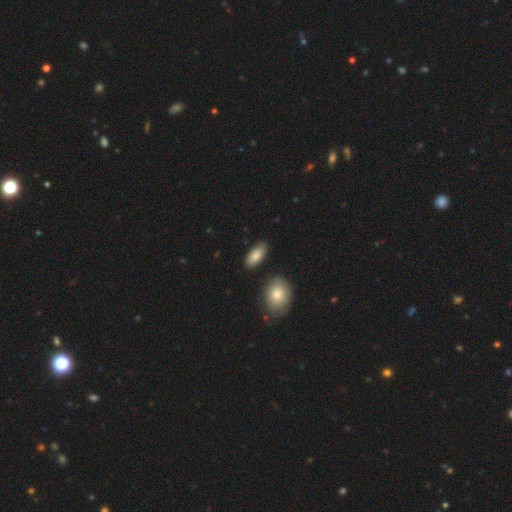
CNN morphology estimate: The model was most divided on "smooth or featured": smooth: 83%, featured or disk: 11%, star or artifact: 6%. More confident: how rounded — in between (88%); merging — none (84%).